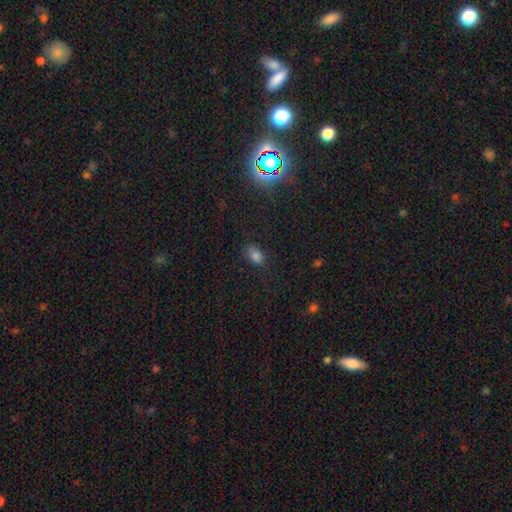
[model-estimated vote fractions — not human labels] Q: Smooth or featured?
A: smooth (79%); runner-up: star or artifact (16%)
Q: How rounded?
A: in between (85%); runner-up: round (13%)
Q: Merging?
A: none (79%); runner-up: minor disturbance (15%)